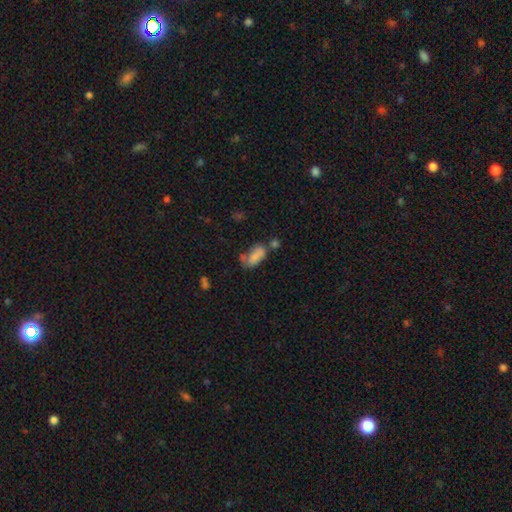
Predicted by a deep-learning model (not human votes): The model was most divided on "merging": none: 32%, merger: 30%, minor disturbance: 22%, major disturbance: 16%. More confident: how rounded — in between (88%); smooth or featured — smooth (72%).